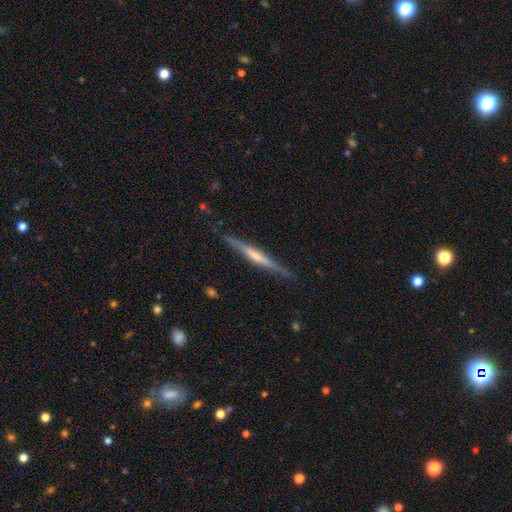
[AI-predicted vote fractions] This is likely a featured or disk galaxy (68%). It is clearly viewed edge-on (97%). Edge-on bulge: marginally rounded (43%). Merging: clearly none (86%).